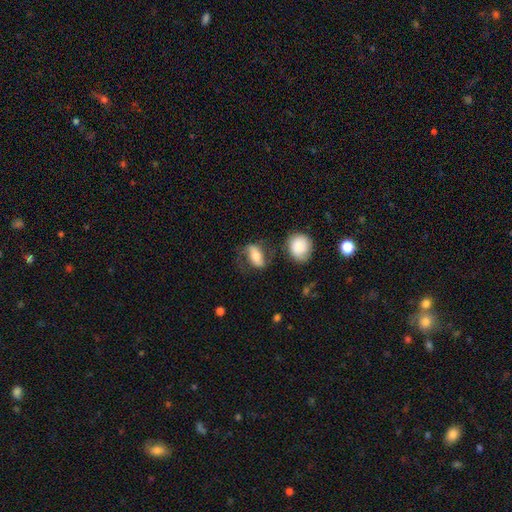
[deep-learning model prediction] The model was most divided on "smooth or featured": smooth: 52%, featured or disk: 41%, star or artifact: 8%. More confident: how rounded — in between (80%); merging — none (57%).